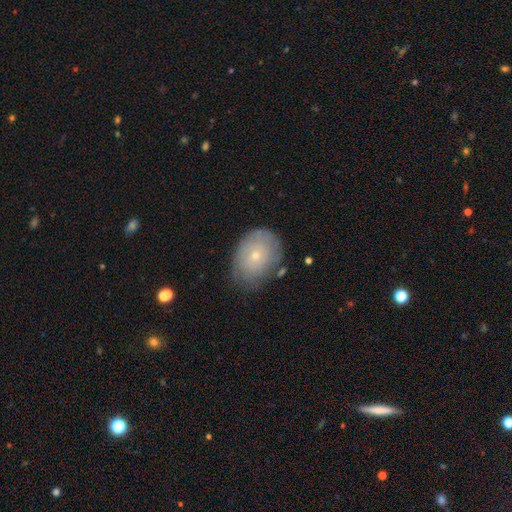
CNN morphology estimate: This appears to be a smooth galaxy with no disk features (61%) that is in between round and cigar-shaped (65%). Merging: none (67%).